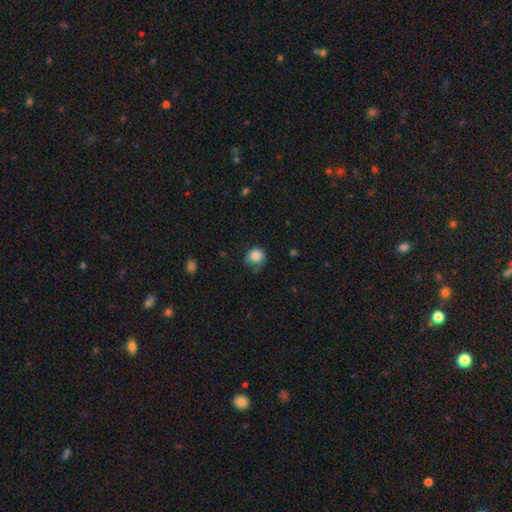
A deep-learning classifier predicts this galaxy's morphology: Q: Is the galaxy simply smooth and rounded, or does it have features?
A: smooth — 83%.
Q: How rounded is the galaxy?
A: round — 81%.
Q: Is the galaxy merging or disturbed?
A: none — 48%.